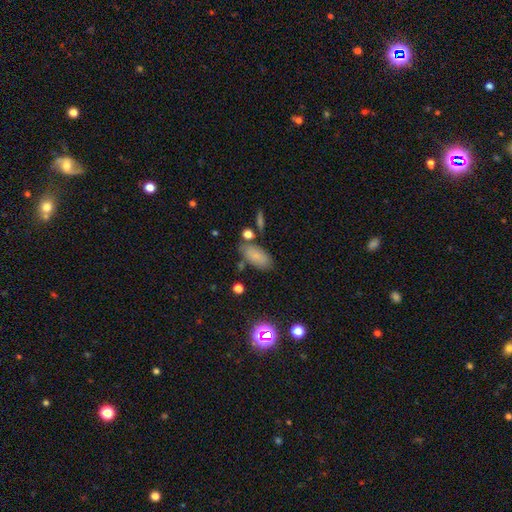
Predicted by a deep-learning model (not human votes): Smooth or featured? smooth (78%)
How rounded? in between (91%)
Merging? none (71%)